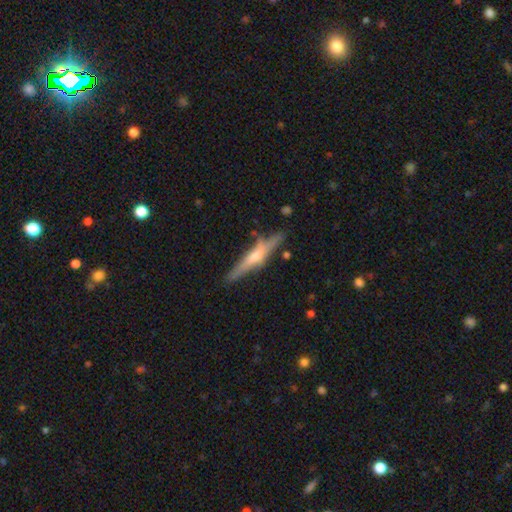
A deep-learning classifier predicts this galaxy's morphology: Smooth or featured? featured or disk (57%)
Edge-on disk? yes (94%)
Edge-on bulge? rounded (67%)
Merging? none (76%)